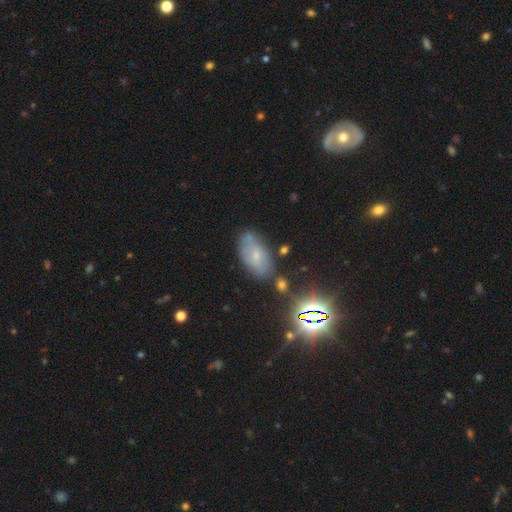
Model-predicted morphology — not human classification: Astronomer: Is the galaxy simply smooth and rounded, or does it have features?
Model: smooth — 47% (runner-up: featured or disk, 34%).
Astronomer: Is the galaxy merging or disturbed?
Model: none — 68%.